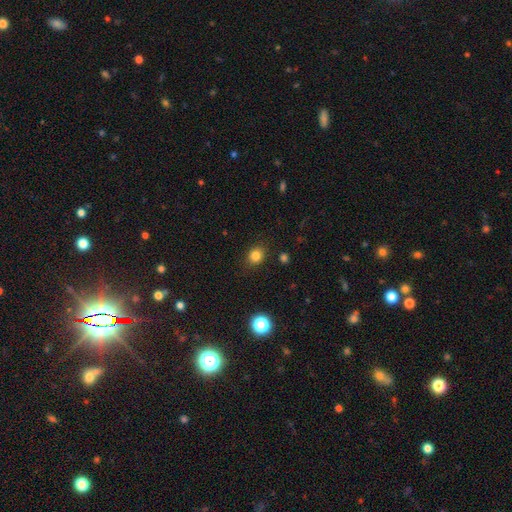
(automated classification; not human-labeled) smooth 82%, star or artifact 13%, featured or disk 5%. Down the decision tree: how rounded — round (71%); merging — none (87%).